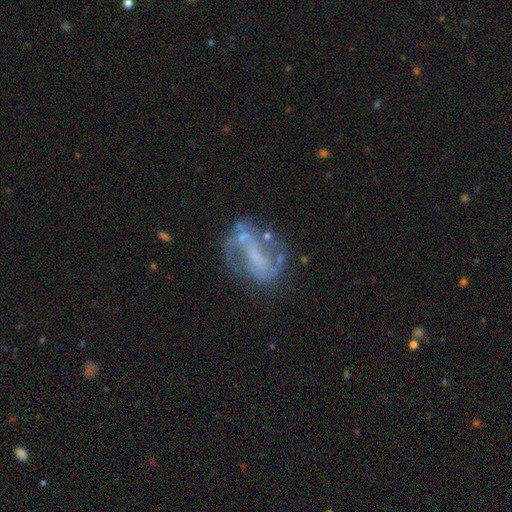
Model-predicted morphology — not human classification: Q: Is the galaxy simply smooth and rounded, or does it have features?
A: featured or disk — 77%.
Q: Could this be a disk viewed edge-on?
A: no — 96%.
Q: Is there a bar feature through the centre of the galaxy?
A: strong — 40%.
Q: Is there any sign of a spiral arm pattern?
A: yes — 77%.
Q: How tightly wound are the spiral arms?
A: loose — 41%.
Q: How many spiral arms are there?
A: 2 — 79%.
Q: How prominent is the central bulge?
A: none — 52%.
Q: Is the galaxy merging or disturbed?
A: none — 57%.